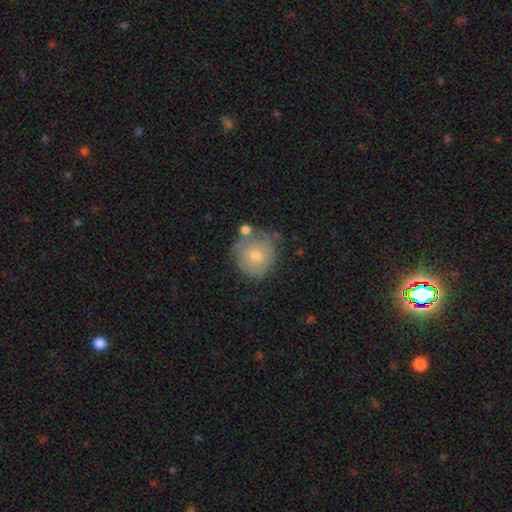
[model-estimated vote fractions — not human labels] smooth 69%, featured or disk 22%, star or artifact 9%. Down the decision tree: how rounded — round (89%); merging — none (62%).